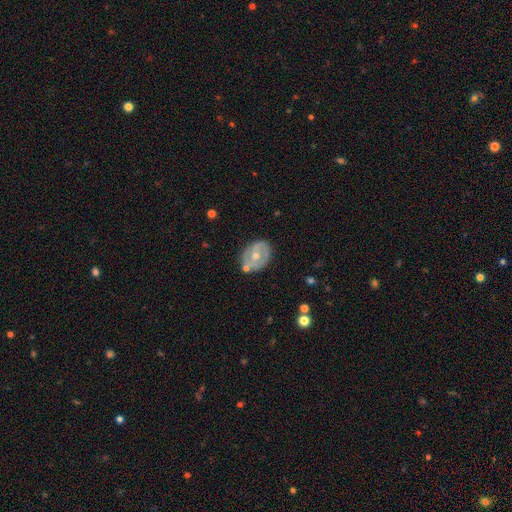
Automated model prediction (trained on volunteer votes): Q: Smooth or featured?
A: featured or disk (65%); runner-up: smooth (29%)
Q: Edge-on disk?
A: no (95%); runner-up: yes (5%)
Q: Bar?
A: no (65%); runner-up: weak (27%)
Q: Spiral arms?
A: yes (54%); runner-up: no (46%)
Q: Bulge size?
A: moderate (64%); runner-up: small (33%)
Q: Merging?
A: none (71%); runner-up: minor disturbance (18%)